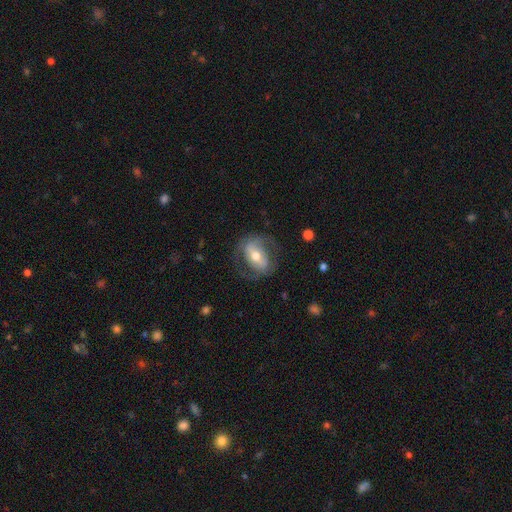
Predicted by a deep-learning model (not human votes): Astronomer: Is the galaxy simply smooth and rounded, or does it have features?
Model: featured or disk — 62%.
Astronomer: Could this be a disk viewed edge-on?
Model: no — 93%.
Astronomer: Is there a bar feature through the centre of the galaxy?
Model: strong — 43% (runner-up: weak, 32%).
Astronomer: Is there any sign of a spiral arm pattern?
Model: yes — 64%.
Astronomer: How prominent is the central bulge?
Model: moderate — 69%.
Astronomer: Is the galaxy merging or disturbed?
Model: none — 65%.